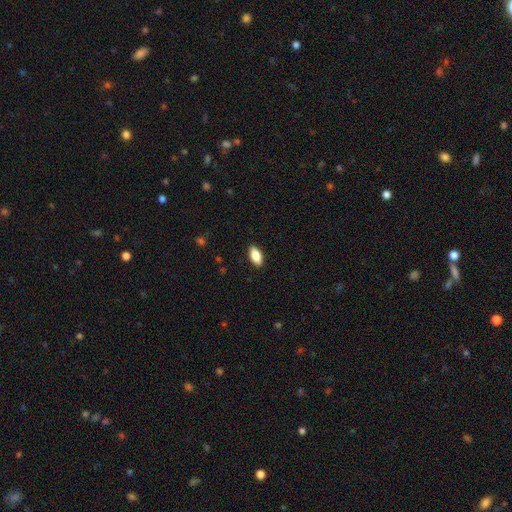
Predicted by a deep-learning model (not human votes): Smooth or featured: smooth — 84% (featured or disk — 9%)
How rounded: in between — 91% (cigar-shaped — 7%)
Merging: none — 89% (minor disturbance — 8%)